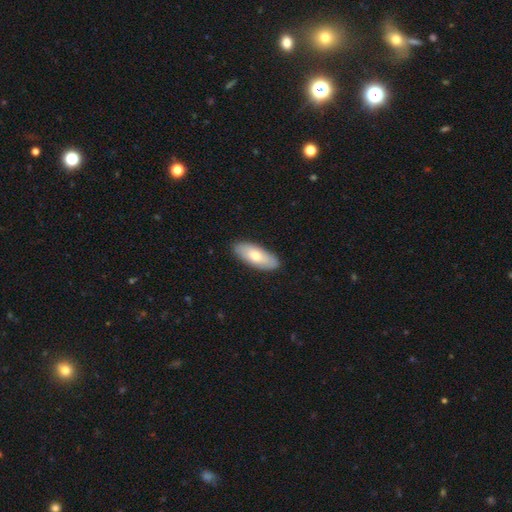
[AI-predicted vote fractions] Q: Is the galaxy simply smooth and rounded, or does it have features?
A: smooth — 66%.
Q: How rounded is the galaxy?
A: in between — 79%.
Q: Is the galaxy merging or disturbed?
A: none — 88%.